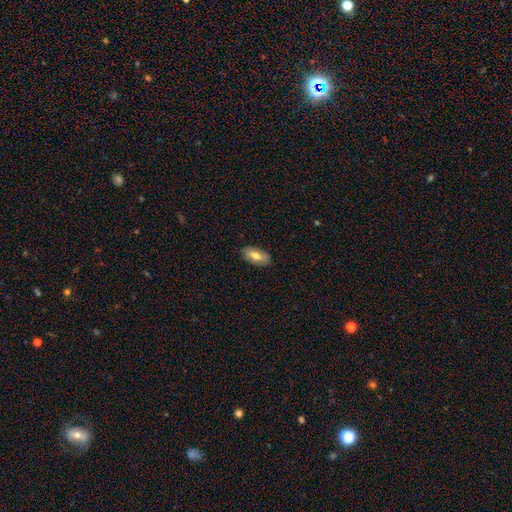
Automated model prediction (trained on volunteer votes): smooth 67%, featured or disk 26%, star or artifact 7%. Down the decision tree: how rounded — in between (89%); merging — none (85%).